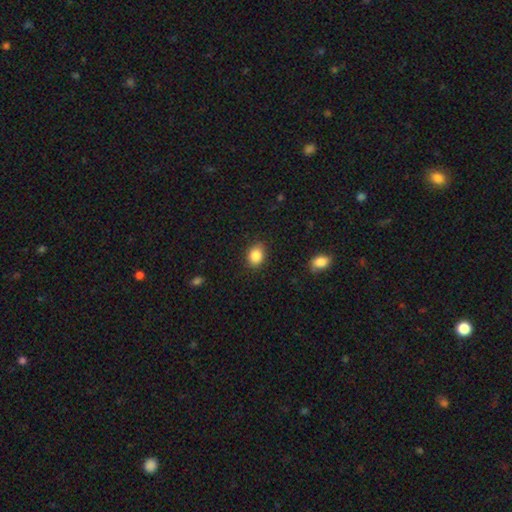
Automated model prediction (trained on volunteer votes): Smooth or featured: smooth — 86% (star or artifact — 9%)
How rounded: in between — 60% (round — 39%)
Merging: none — 84% (minor disturbance — 12%)